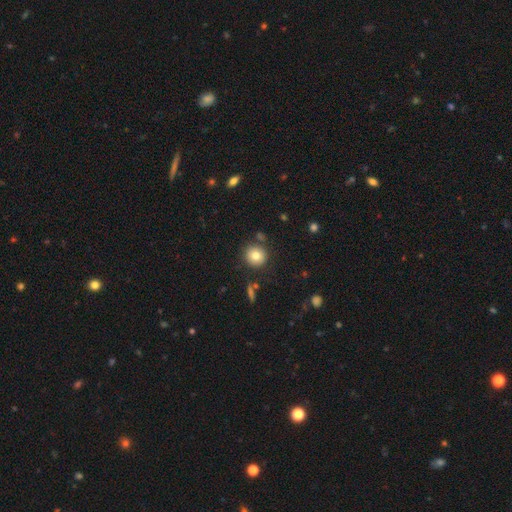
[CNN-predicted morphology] Smooth or featured? smooth (81%)
How rounded? round (92%)
Merging? none (84%)